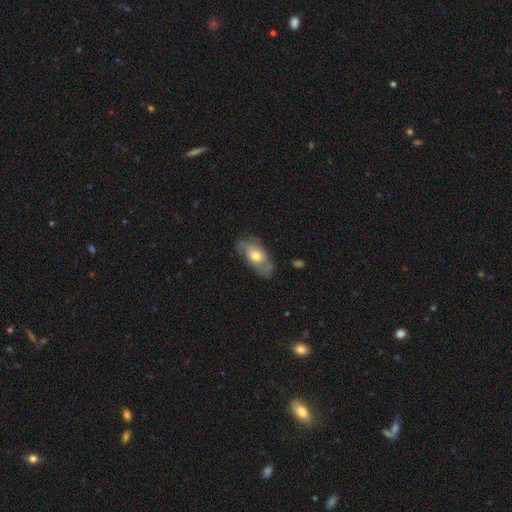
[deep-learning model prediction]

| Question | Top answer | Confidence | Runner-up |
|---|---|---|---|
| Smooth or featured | featured or disk | 57% | smooth (37%) |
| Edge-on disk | no | 89% | yes (11%) |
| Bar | no | 77% | weak (19%) |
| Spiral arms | yes | 70% | no (30%) |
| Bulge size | moderate | 65% | small (19%) |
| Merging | none | 60% | minor disturbance (25%) |